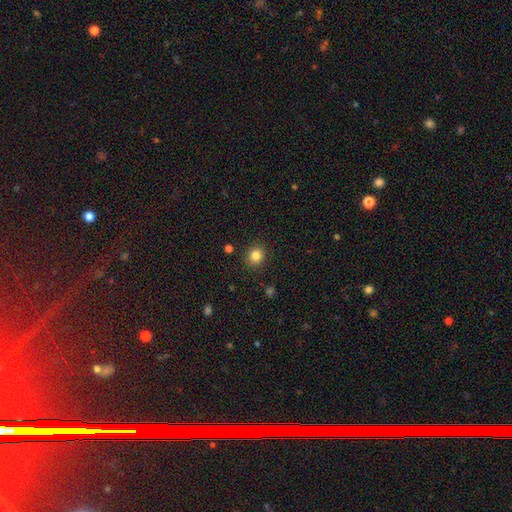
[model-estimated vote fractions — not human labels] smooth_or_featured: smooth (p=0.83) [alt: star or artifact p=0.12]
how_rounded: round (p=0.82) [alt: in between p=0.17]
merging: none (p=0.89) [alt: minor disturbance p=0.07]